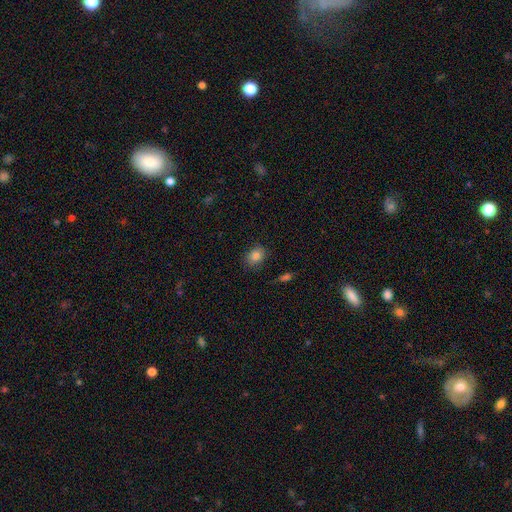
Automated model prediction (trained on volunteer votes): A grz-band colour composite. It shows a smooth galaxy with no disk features (85%) that is in between round and cigar-shaped (58%). Merging: none (81%).